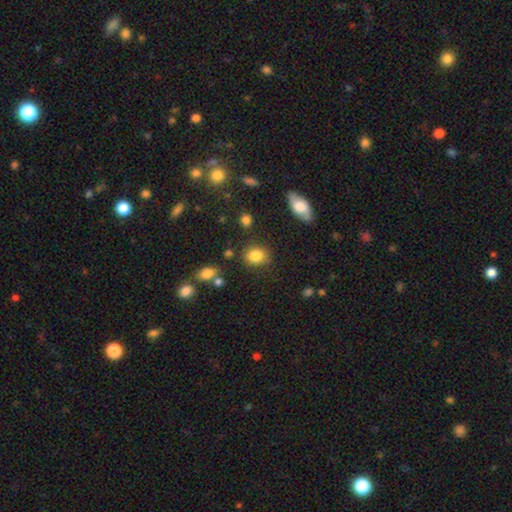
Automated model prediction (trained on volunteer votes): Smooth or featured? Predicted: smooth (p=0.84). How rounded? Predicted: round (p=0.51). Merging? Predicted: none (p=0.76).